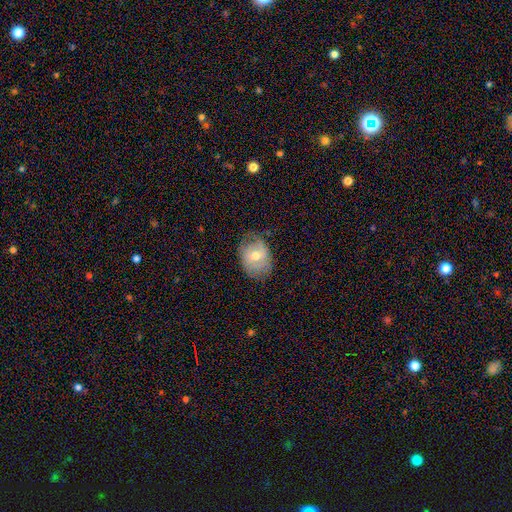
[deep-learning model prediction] This appears to be a smooth galaxy with no disk features (50%). Merging: none (64%).